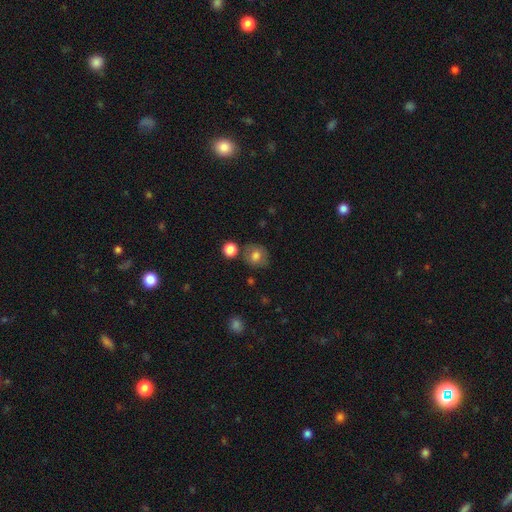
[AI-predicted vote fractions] Smooth or featured: smooth — 75% (featured or disk — 16%)
How rounded: round — 79% (in between — 20%)
Merging: none — 73% (minor disturbance — 15%)